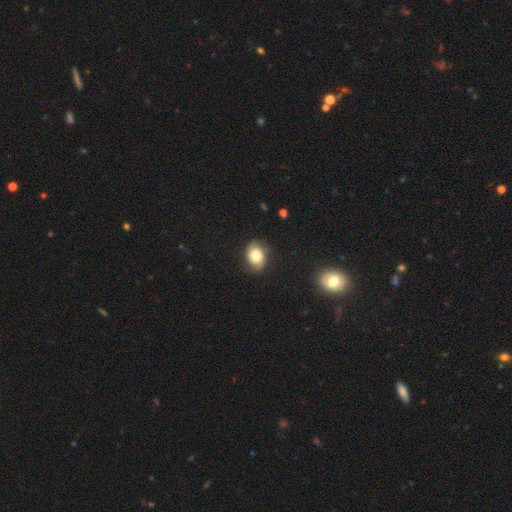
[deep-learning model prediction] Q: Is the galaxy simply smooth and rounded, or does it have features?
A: smooth — 50%.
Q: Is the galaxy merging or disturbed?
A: none — 75%.